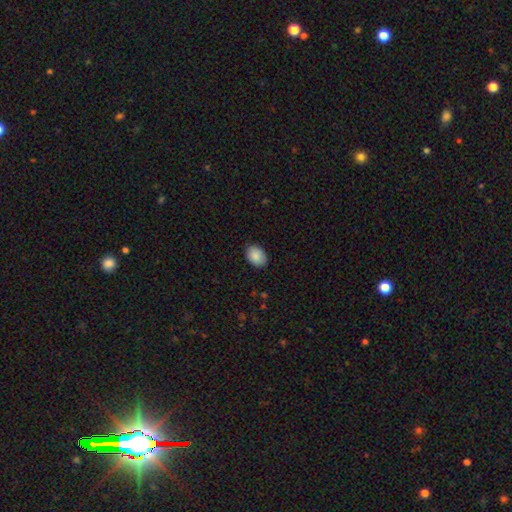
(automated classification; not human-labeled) This is clearly a smooth galaxy (89%). How rounded: likely in between (76%). Merging: clearly none (87%).